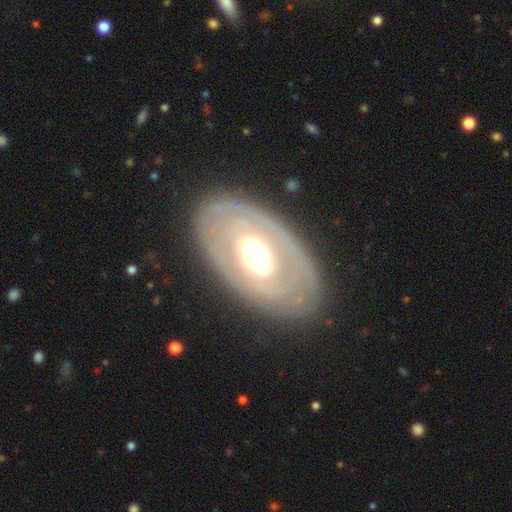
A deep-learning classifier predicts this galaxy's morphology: This appears to be a featured or disk galaxy (72%) with no bar (78%), no spiral arms (61%) and a moderate central bulge (60%). Merging: none (81%).